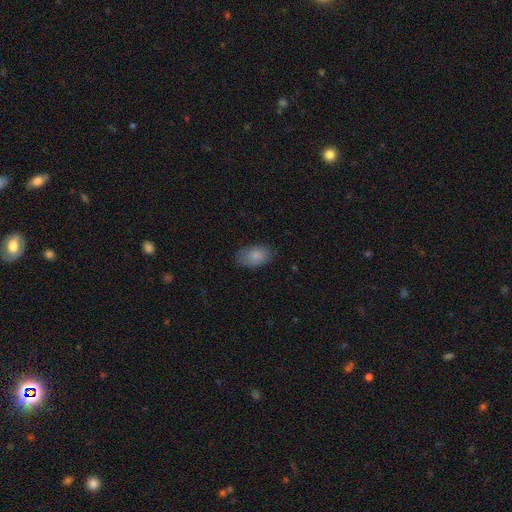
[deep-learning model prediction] The model was most divided on "merging": none: 77%, minor disturbance: 18%, major disturbance: 4%, merger: 1%. More confident: how rounded — in between (91%); smooth or featured — smooth (85%).